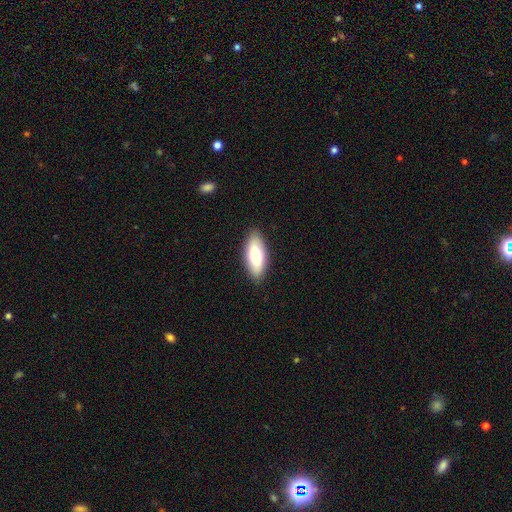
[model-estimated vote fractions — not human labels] A smooth galaxy with no disk features (73%) that is in between round and cigar-shaped (81%). Merging: none (88%).